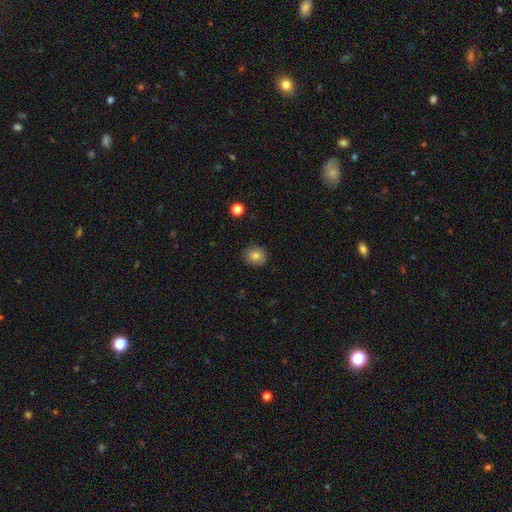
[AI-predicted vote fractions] Morphology: type=smooth (81%); roundness=round (75%); merging=none (88%).